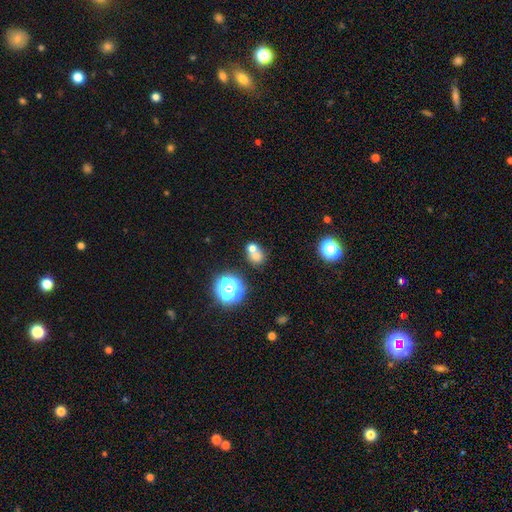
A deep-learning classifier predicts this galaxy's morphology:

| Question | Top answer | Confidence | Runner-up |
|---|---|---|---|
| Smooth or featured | smooth | 68% | star or artifact (19%) |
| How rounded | round | 69% | in between (30%) |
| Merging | merger | 49% | none (39%) |